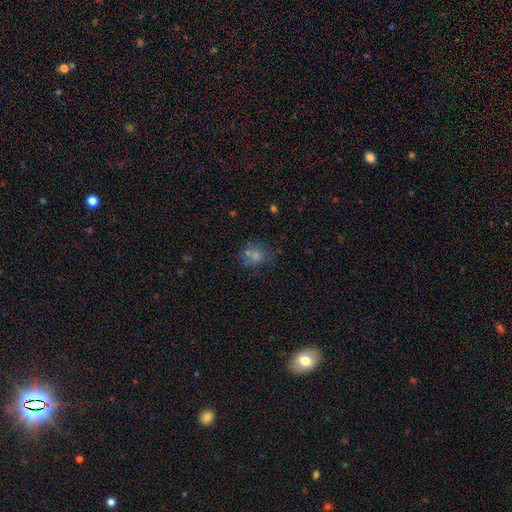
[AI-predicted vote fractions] Smooth or featured? smooth (59%)
How rounded? round (74%)
Merging? none (63%)